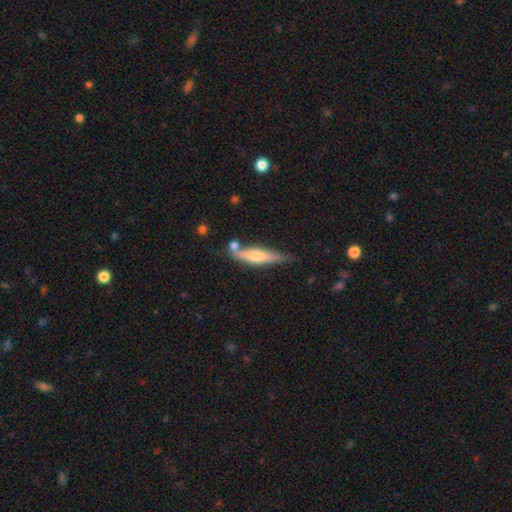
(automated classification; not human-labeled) Q: Smooth or featured?
A: featured or disk (51%); runner-up: smooth (43%)
Q: Edge-on disk?
A: yes (92%); runner-up: no (8%)
Q: Merging?
A: none (63%); runner-up: minor disturbance (22%)